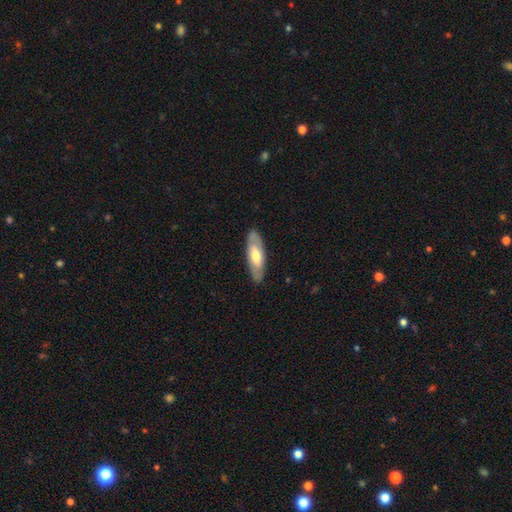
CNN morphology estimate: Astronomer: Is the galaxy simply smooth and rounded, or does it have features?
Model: featured or disk — 52% (runner-up: smooth, 43%).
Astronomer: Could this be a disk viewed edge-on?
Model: no — 72%.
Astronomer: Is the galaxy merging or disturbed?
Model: none — 85%.